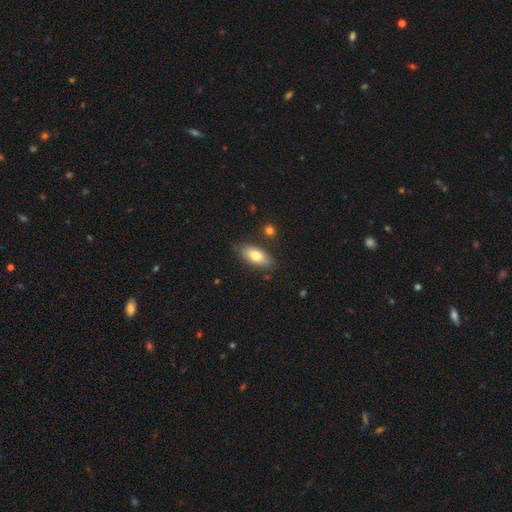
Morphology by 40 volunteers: smooth 80%, featured or disk 15%, star or artifact 5%. Down the decision tree: how rounded — in between (66%); merging — none (82%).